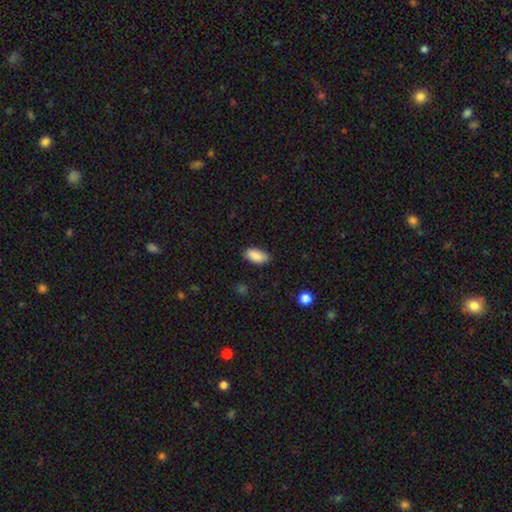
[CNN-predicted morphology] A smooth galaxy with no disk features (88%) that is in between round and cigar-shaped (92%). Merging: none (82%).